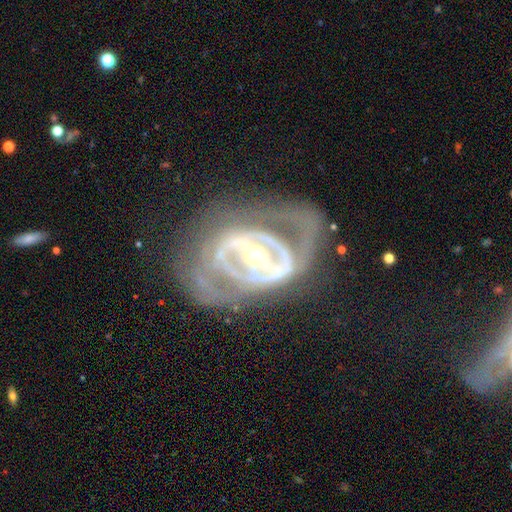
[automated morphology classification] Smooth or featured: featured or disk — 87% (smooth — 7%)
Edge-on disk: no — 93% (yes — 7%)
Bar: strong — 63% (weak — 24%)
Spiral arms: yes — 70% (no — 30%)
Spiral winding: tight — 48% (medium — 35%)
Spiral arm count: 2 — 50% (can't tell — 30%)
Bulge size: moderate — 55% (small — 38%)
Merging: none — 46% (major disturbance — 33%)